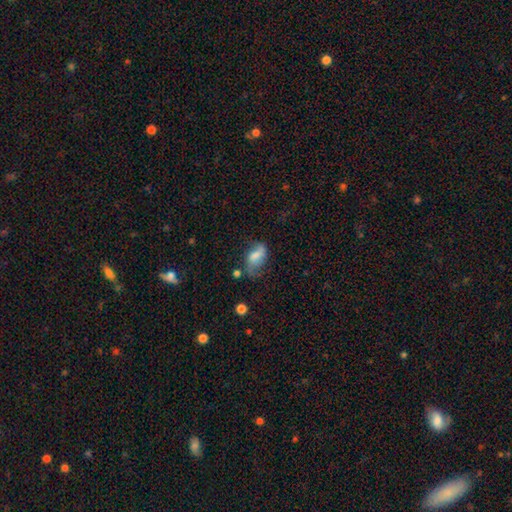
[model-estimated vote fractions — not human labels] Smooth or featured?
  - smooth: 50% *
  - featured or disk: 40%
  - star or artifact: 10%
How rounded?
  - in between: 87% *
  - round: 9%
  - cigar-shaped: 4%
Merging?
  - none: 40% *
  - minor disturbance: 30%
  - major disturbance: 23%
  - merger: 6%